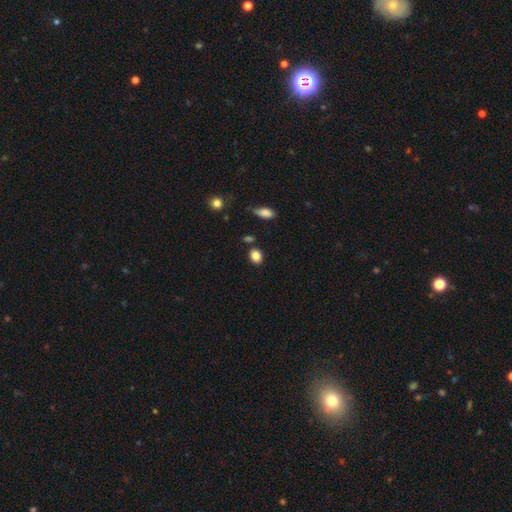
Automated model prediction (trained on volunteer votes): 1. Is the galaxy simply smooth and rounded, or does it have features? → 85% smooth, 10% star or artifact, 5% featured or disk.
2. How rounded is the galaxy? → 52% in between, 47% round, 1% cigar-shaped.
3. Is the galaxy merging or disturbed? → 81% none, 11% minor disturbance, 5% merger, 3% major disturbance.